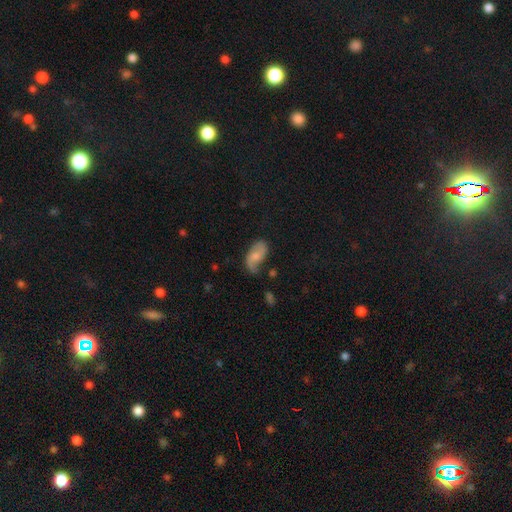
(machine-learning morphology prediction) smooth_or_featured: featured or disk (p=0.54) [alt: smooth p=0.39]
disk_edge_on: no (p=0.95) [alt: yes p=0.05]
bar: no (p=0.64) [alt: weak p=0.30]
has_spiral_arms: yes (p=0.86) [alt: no p=0.14]
bulge_size: moderate (p=0.45) [alt: small p=0.44]
merging: none (p=0.56) [alt: minor disturbance p=0.29]